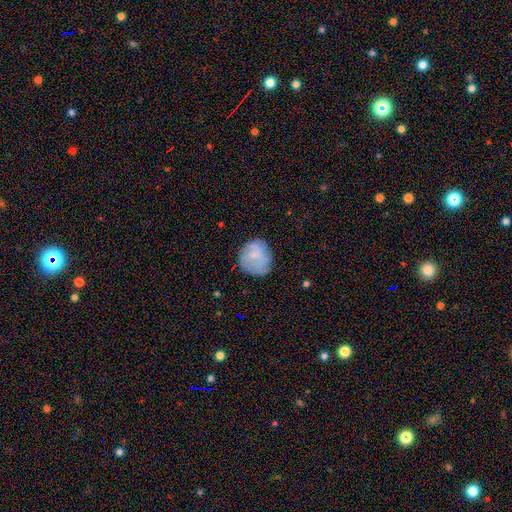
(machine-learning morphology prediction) Smooth or featured? smooth (60%)
How rounded? round (78%)
Merging? none (70%)